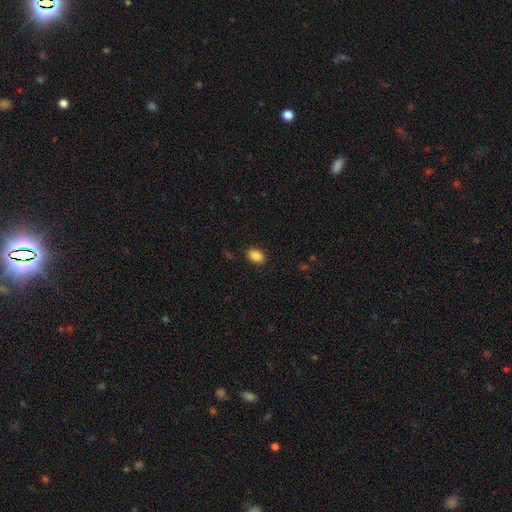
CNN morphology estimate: type=smooth (88%); roundness=in between (84%); merging=none (87%).